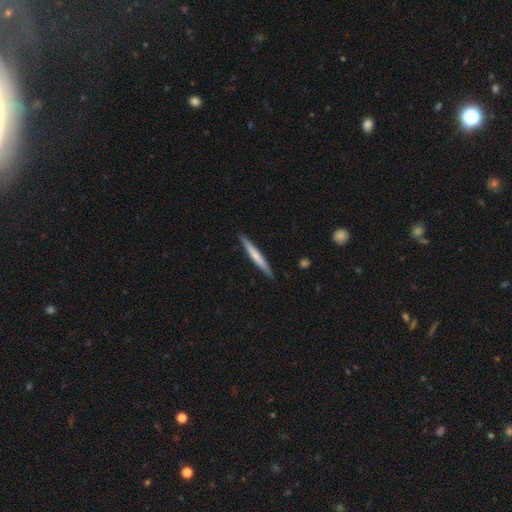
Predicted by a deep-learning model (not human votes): Smooth or featured? Predicted: smooth (p=0.57). How rounded? Predicted: cigar-shaped (p=0.96). Merging? Predicted: none (p=0.89).